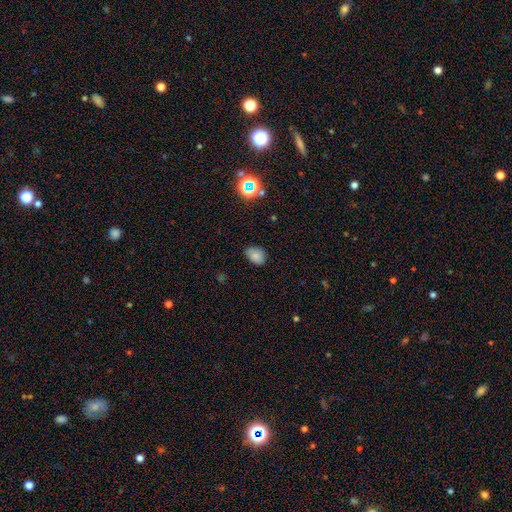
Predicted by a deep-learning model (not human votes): smooth_or_featured: smooth (p=0.80) [alt: star or artifact p=0.13]
how_rounded: in between (p=0.72) [alt: round p=0.27]
merging: none (p=0.68) [alt: minor disturbance p=0.26]